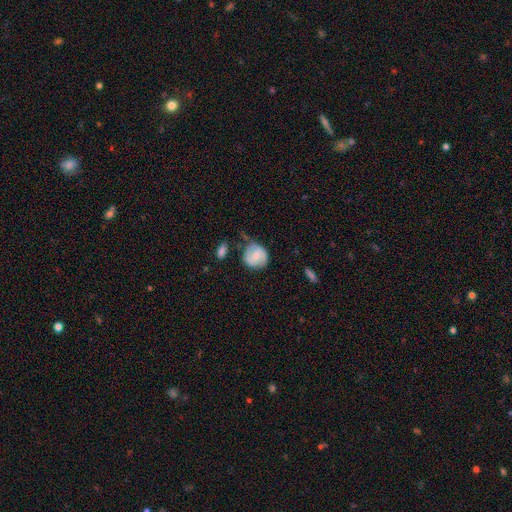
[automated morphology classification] A featured or disk galaxy (49%). Merging: none (56%).